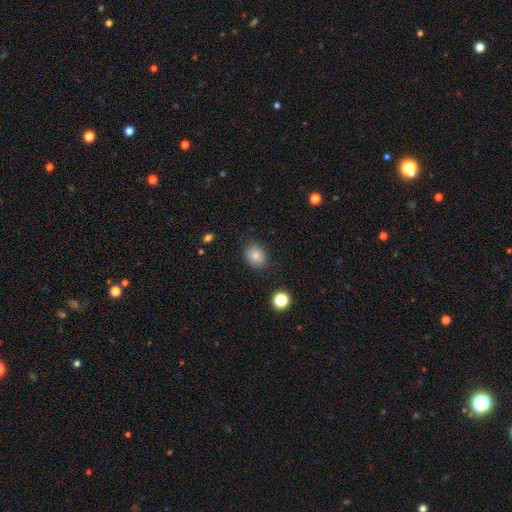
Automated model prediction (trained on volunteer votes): This is clearly a smooth galaxy (84%). How rounded: possibly round (59%). Merging: clearly none (81%).